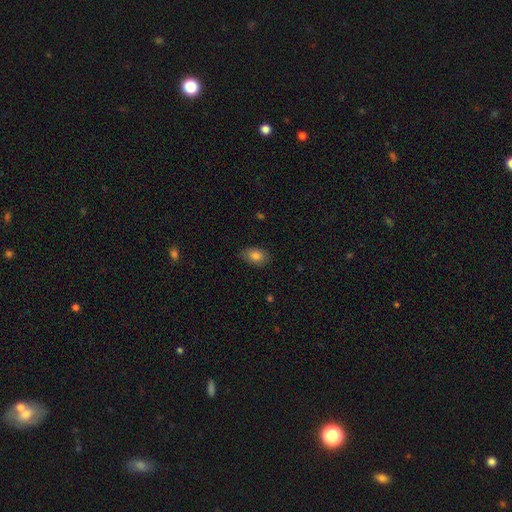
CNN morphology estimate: smooth_or_featured: smooth (p=0.83) [alt: featured or disk p=0.09]
how_rounded: in between (p=0.85) [alt: round p=0.14]
merging: none (p=0.79) [alt: minor disturbance p=0.17]